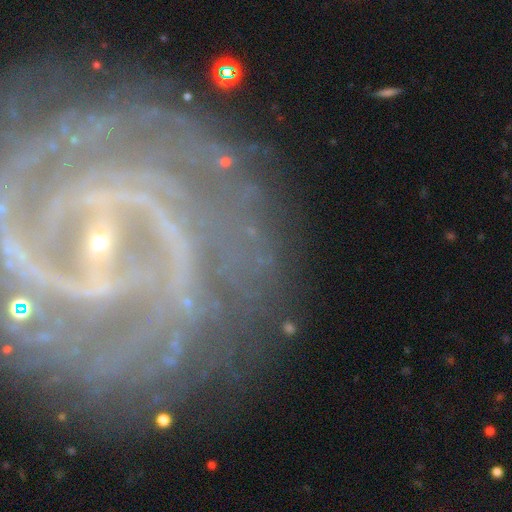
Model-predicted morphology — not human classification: Smooth or featured? Predicted: featured or disk (p=0.70). Edge-on disk? Predicted: no (p=0.93). Bar? Predicted: strong (p=0.48). Spiral arms? Predicted: yes (p=0.83). Spiral winding? Predicted: tight (p=0.60). Spiral arm count? Predicted: can't tell (p=0.29). Bulge size? Predicted: small (p=0.54). Merging? Predicted: none (p=0.67).